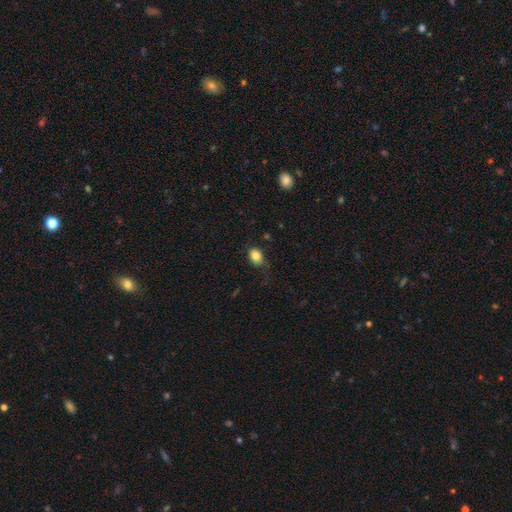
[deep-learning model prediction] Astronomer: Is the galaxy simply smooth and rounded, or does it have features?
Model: smooth — 83%.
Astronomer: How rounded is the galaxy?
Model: in between — 73%.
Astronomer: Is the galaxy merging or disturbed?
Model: none — 71%.